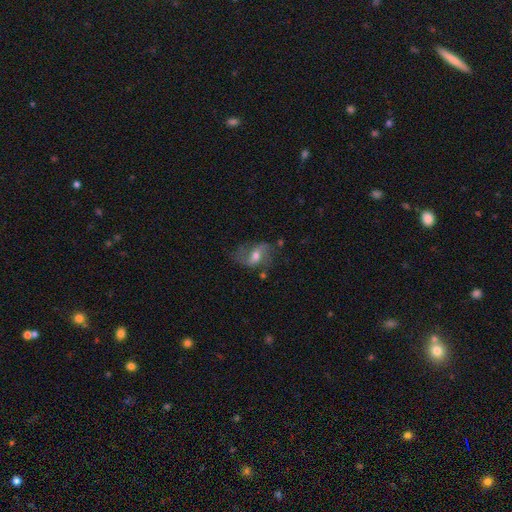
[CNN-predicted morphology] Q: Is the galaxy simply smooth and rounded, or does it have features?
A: featured or disk — 69%.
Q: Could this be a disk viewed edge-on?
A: no — 95%.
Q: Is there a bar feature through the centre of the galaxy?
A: weak — 42%.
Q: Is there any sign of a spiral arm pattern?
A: yes — 87%.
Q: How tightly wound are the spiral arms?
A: loose — 65%.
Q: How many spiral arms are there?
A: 2 — 84%.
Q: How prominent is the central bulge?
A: moderate — 64%.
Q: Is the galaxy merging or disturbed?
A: none — 60%.